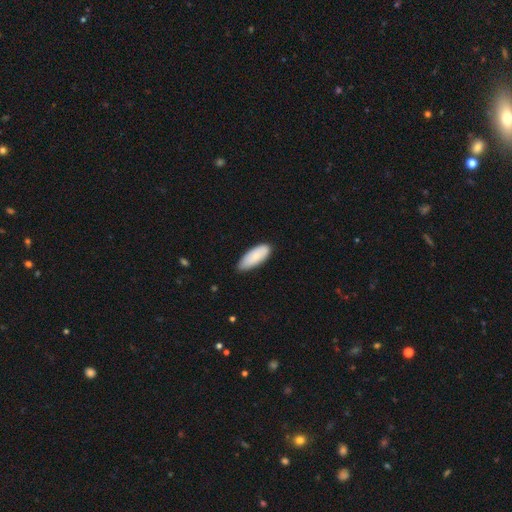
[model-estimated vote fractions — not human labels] This is clearly a smooth galaxy (85%). How rounded: likely in between (79%). Merging: likely none (77%).